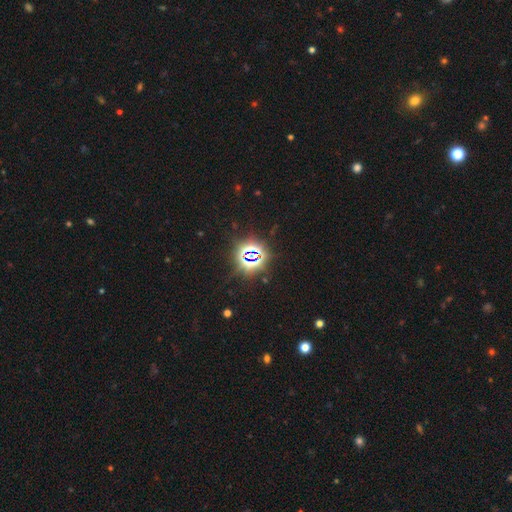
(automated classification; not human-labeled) Smooth or featured? Predicted: star or artifact (p=0.81).